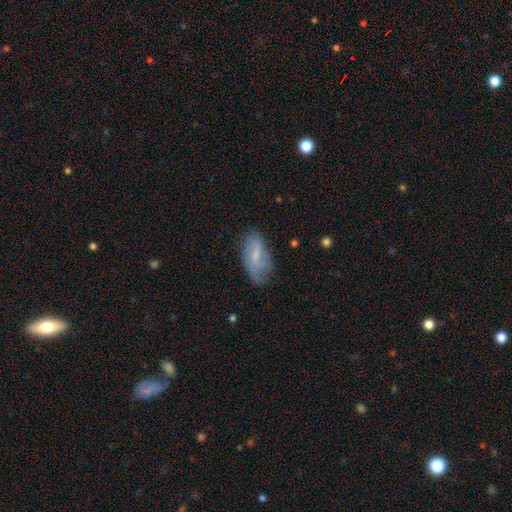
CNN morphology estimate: This appears to be a smooth galaxy with no disk features (49%). Merging: none (61%).